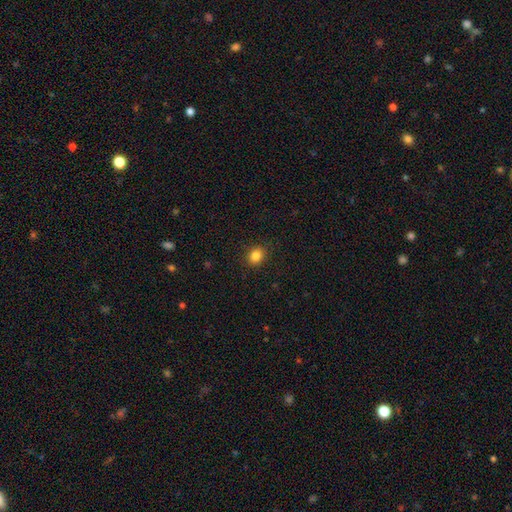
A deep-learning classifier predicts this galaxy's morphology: Q: Smooth or featured?
A: smooth (85%); runner-up: star or artifact (11%)
Q: How rounded?
A: round (63%); runner-up: in between (36%)
Q: Merging?
A: none (89%); runner-up: minor disturbance (8%)